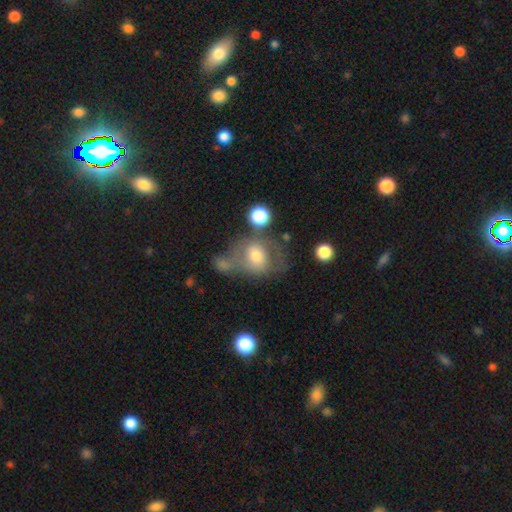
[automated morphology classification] A smooth galaxy with no disk features (57%) that is round (53%). Merging: none (32%).